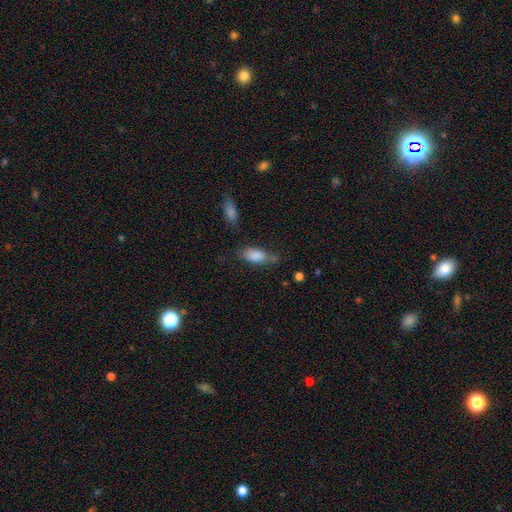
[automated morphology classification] smooth-or-featured: smooth: 84% | featured or disk: 8% | star or artifact: 7%
  how-rounded: in between: 86% | cigar-shaped: 11% | round: 4%
  merging: none: 54% | minor disturbance: 29% | major disturbance: 10% | merger: 8%